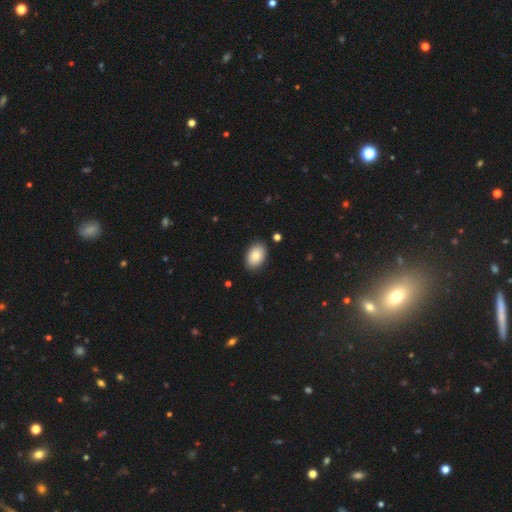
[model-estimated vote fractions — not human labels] Smooth or featured?
  - smooth: 86% *
  - star or artifact: 7%
  - featured or disk: 7%
How rounded?
  - in between: 91% *
  - round: 8%
  - cigar-shaped: 1%
Merging?
  - none: 88% *
  - minor disturbance: 8%
  - major disturbance: 2%
  - merger: 1%